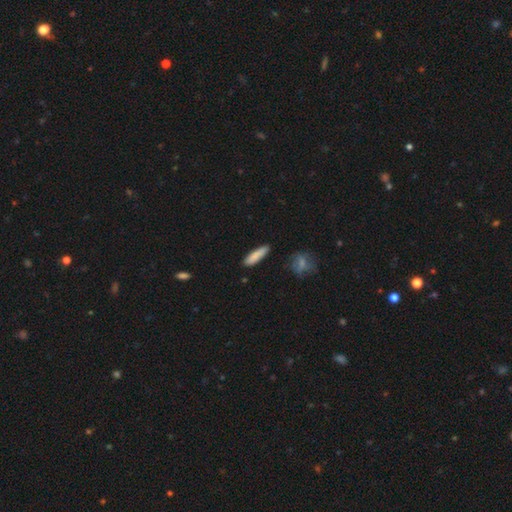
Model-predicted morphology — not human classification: The model was most divided on "how rounded": cigar-shaped: 71%, in between: 27%, round: 2%. More confident: smooth or featured — smooth (86%); merging — none (86%).